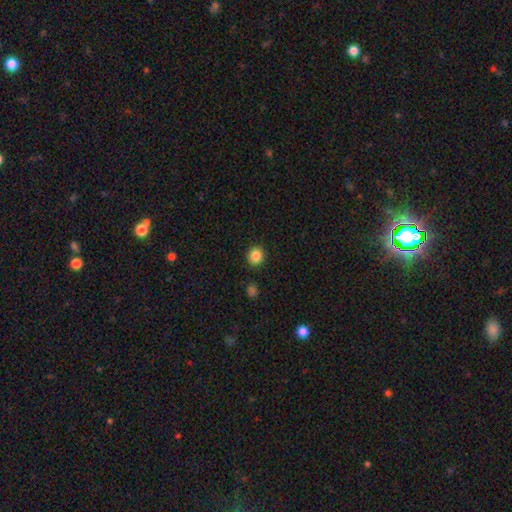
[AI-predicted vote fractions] This is clearly a smooth galaxy (86%). How rounded: clearly round (86%). Merging: clearly none (90%).